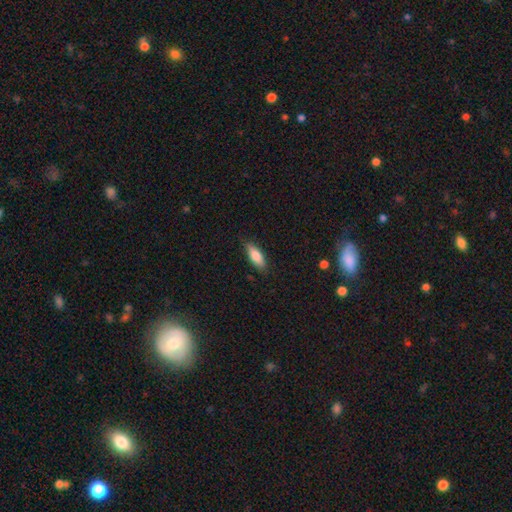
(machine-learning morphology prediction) Smooth or featured?
  - smooth: 80% *
  - featured or disk: 14%
  - star or artifact: 6%
How rounded?
  - in between: 70% *
  - cigar-shaped: 28%
  - round: 2%
Merging?
  - none: 83% *
  - minor disturbance: 14%
  - major disturbance: 2%
  - merger: 1%